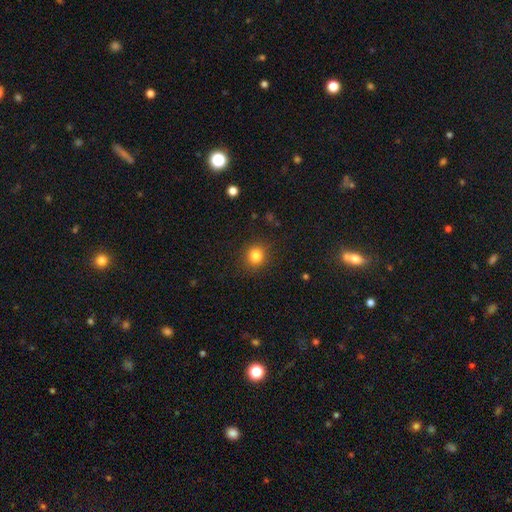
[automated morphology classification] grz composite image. It shows a smooth galaxy with no disk features (83%) that is round (84%). Merging: none (89%).